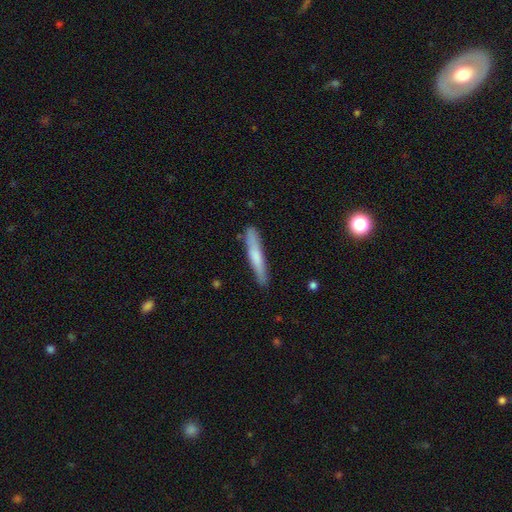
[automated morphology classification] This is likely a smooth galaxy (66%). How rounded: clearly cigar-shaped (93%). Merging: clearly none (84%).